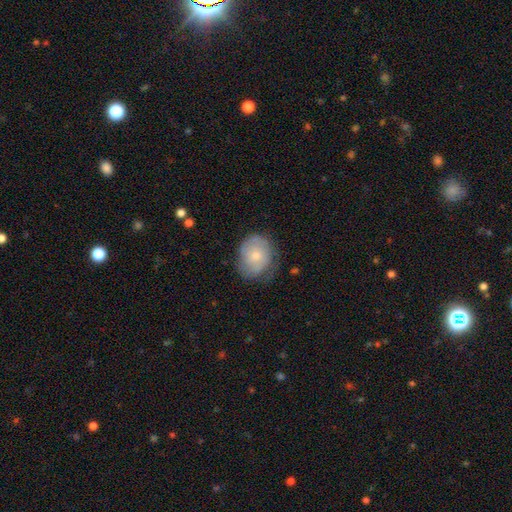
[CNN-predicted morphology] This is likely a smooth galaxy (61%). How rounded: likely round (65%). Merging: possibly none (57%).